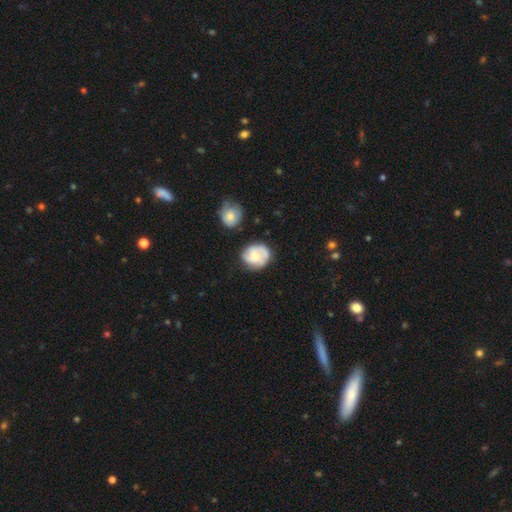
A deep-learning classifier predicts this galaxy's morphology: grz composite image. It shows a featured or disk galaxy (58%) with no bar (63%), spiral arms (86%) and a moderate central bulge (57%). Merging: none (67%).